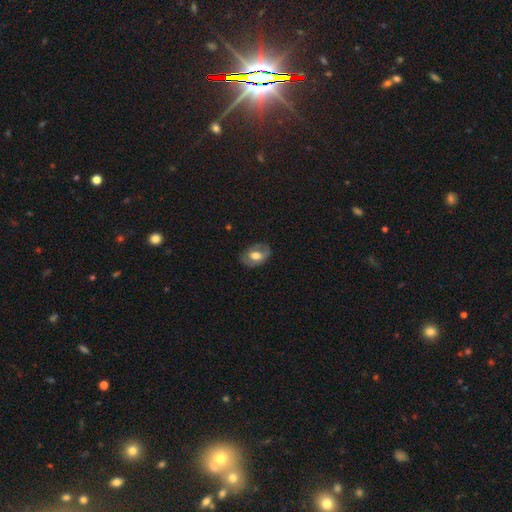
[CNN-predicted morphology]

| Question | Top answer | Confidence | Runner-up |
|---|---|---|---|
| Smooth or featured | smooth | 50% | featured or disk (43%) |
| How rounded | in between | 80% | round (18%) |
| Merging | none | 74% | minor disturbance (19%) |